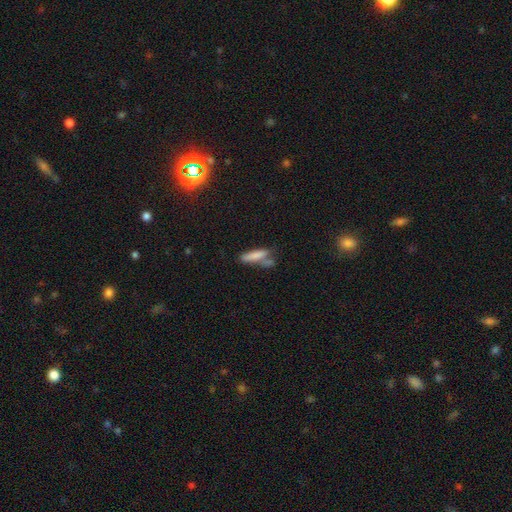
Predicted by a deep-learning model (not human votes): Smooth or featured?
  - smooth: 77% *
  - featured or disk: 14%
  - star or artifact: 8%
How rounded?
  - cigar-shaped: 73% *
  - in between: 25%
  - round: 2%
Merging?
  - none: 50% *
  - merger: 23%
  - minor disturbance: 19%
  - major disturbance: 8%